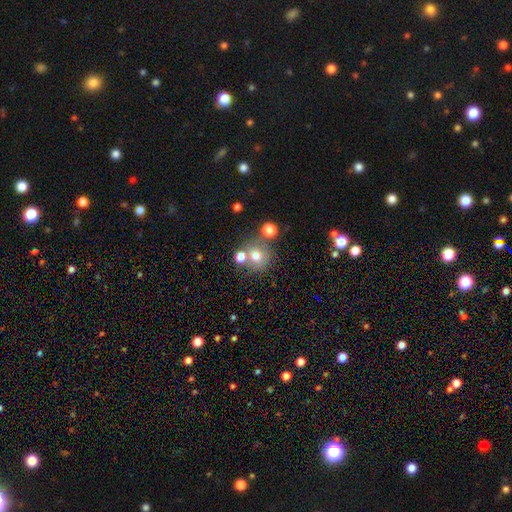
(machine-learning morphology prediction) A smooth galaxy with no disk features (70%) that is round (89%).

Vote fractions:
- Smooth or featured? smooth: 70% / star or artifact: 16% / featured or disk: 14%
- How rounded? round: 89% / in between: 10% / cigar-shaped: 1%
- Merging? none: 64% / merger: 20% / minor disturbance: 11% / major disturbance: 5%